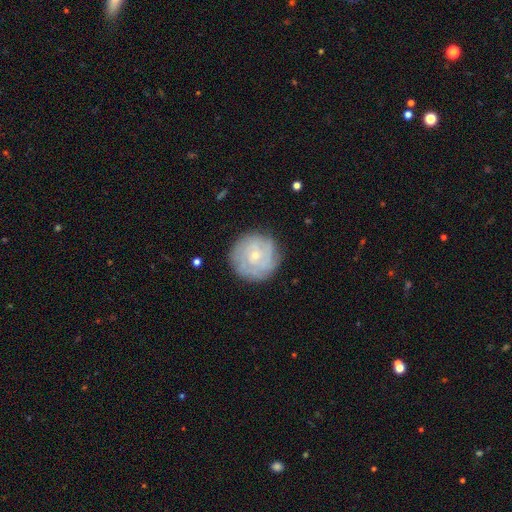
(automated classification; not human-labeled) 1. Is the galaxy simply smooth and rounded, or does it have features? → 64% featured or disk, 29% smooth, 7% star or artifact.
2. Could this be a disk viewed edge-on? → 98% no, 2% yes.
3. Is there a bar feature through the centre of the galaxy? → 77% no, 20% weak, 3% strong.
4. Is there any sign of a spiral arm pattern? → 82% yes, 18% no.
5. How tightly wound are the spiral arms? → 74% tight, 20% medium, 6% loose.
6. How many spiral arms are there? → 50% can't tell, 15% 2, 14% 3, 10% 4, 6% 1, 6% more than 4.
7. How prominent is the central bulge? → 75% small, 21% moderate, 1% none, 1% large, 1% dominant.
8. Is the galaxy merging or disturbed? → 82% none, 13% minor disturbance, 4% major disturbance, 1% merger.